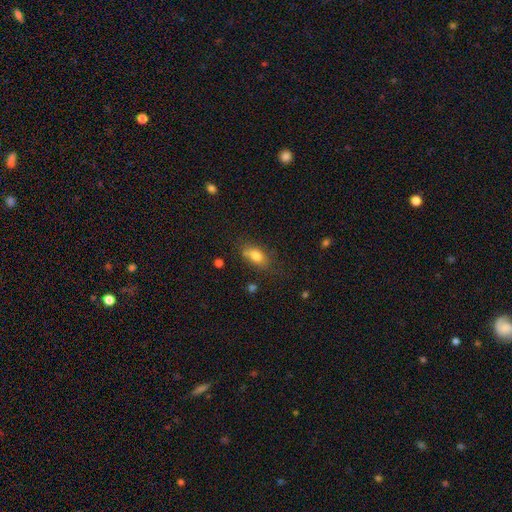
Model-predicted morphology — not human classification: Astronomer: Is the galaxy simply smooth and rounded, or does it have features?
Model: smooth — 79%.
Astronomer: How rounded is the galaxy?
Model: in between — 84%.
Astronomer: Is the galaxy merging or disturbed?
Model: none — 65%.